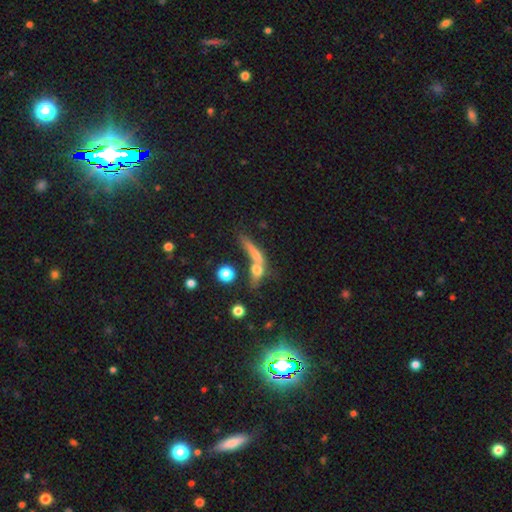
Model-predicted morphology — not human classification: Overall: smooth (50%; featured or disk 33%). Merging: none (43%; merger 35%).